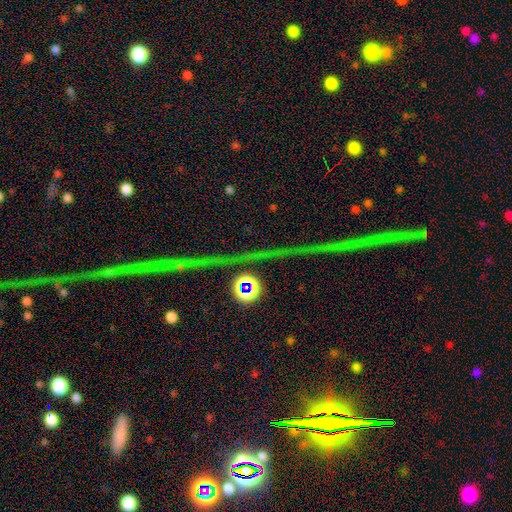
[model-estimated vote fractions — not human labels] smooth-or-featured: star or artifact: 74% | featured or disk: 14% | smooth: 12%